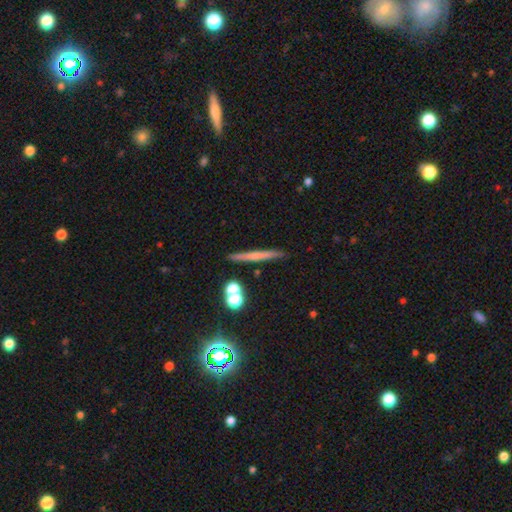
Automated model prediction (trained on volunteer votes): A smooth galaxy with no disk features (49%). Merging: none (85%).